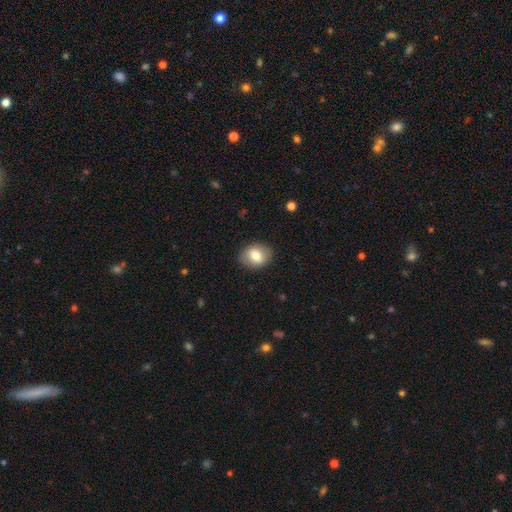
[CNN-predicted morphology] The model was most divided on "how rounded": in between: 53%, round: 46%, cigar-shaped: 1%. More confident: merging — none (87%); smooth or featured — smooth (76%).